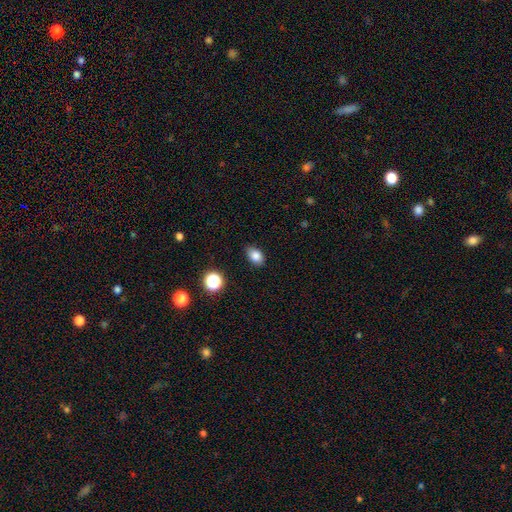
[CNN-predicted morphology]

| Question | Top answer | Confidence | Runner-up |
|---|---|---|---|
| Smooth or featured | smooth | 83% | star or artifact (11%) |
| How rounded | in between | 83% | round (15%) |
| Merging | none | 85% | minor disturbance (12%) |